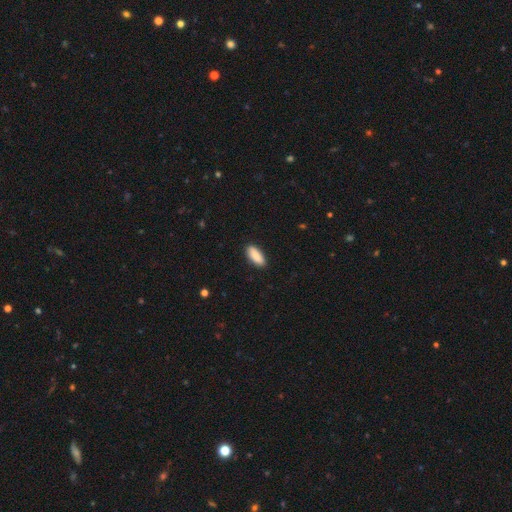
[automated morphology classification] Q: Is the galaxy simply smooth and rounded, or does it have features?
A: smooth — 89%.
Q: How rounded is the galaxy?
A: in between — 78%.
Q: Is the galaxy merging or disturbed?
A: none — 89%.